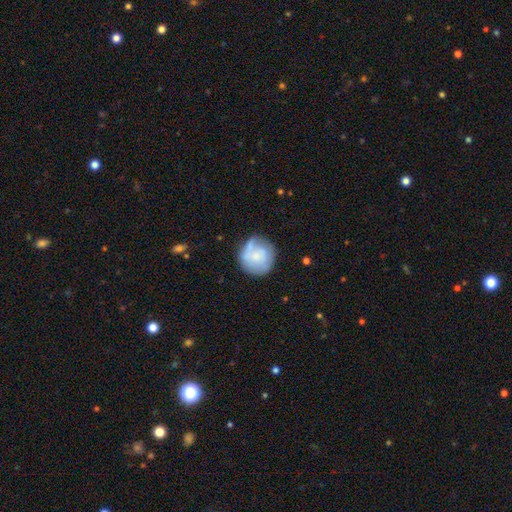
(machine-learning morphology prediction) Smooth or featured? smooth (61%)
How rounded? round (91%)
Merging? none (61%)